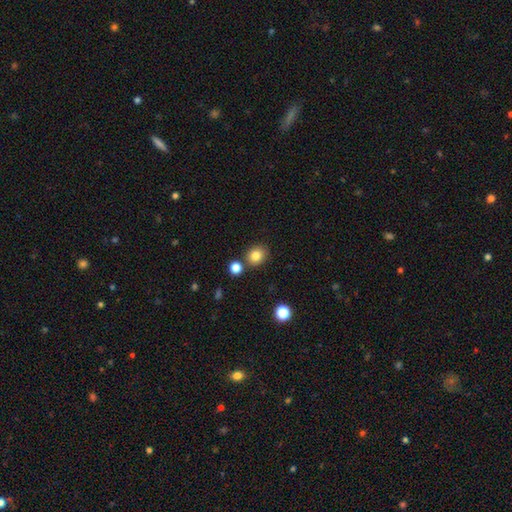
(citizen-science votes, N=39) A smooth galaxy with no disk features (87%) that is round (82%). Merging: none (75%).